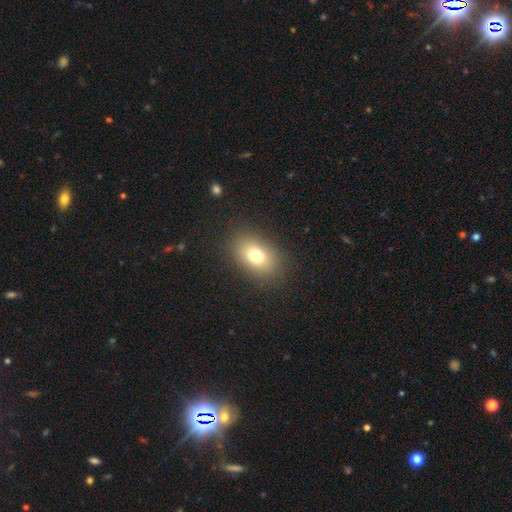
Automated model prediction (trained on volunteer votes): Q: Smooth or featured?
A: smooth (76%); runner-up: featured or disk (12%)
Q: How rounded?
A: in between (81%); runner-up: round (17%)
Q: Merging?
A: none (86%); runner-up: minor disturbance (9%)